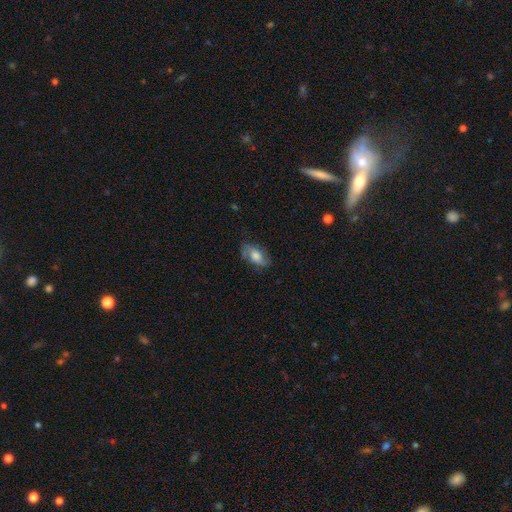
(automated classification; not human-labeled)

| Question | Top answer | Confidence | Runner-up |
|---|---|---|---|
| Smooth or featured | smooth | 63% | featured or disk (29%) |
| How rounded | in between | 87% | cigar-shaped (8%) |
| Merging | none | 69% | minor disturbance (23%) |